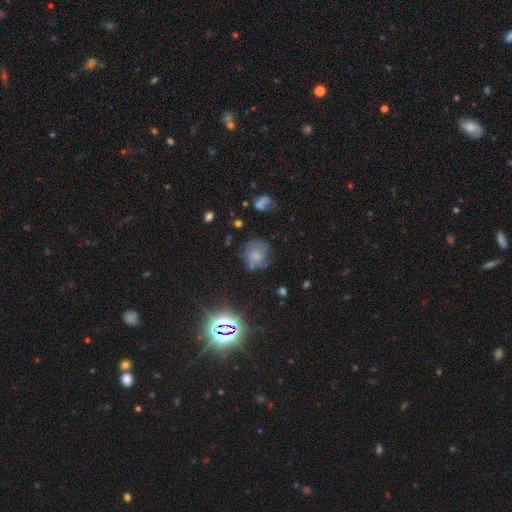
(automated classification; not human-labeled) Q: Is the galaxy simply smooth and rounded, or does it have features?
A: featured or disk — 49%.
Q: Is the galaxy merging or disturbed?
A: none — 62%.